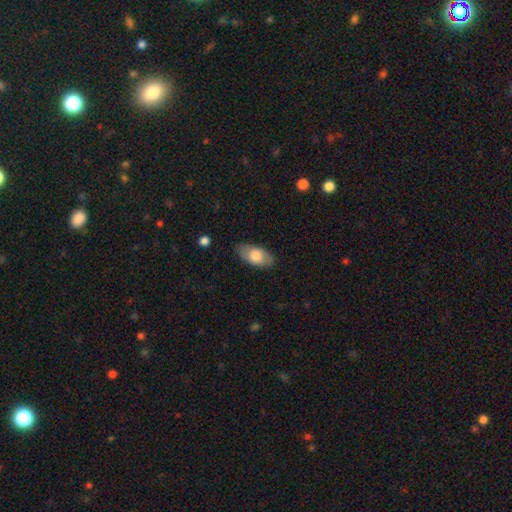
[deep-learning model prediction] A smooth galaxy with no disk features (74%) that is in between round and cigar-shaped (92%).

Vote fractions:
- Smooth or featured? smooth: 74% / featured or disk: 21% / star or artifact: 6%
- How rounded? in between: 92% / cigar-shaped: 4% / round: 4%
- Merging? none: 82% / minor disturbance: 13% / major disturbance: 3% / merger: 1%